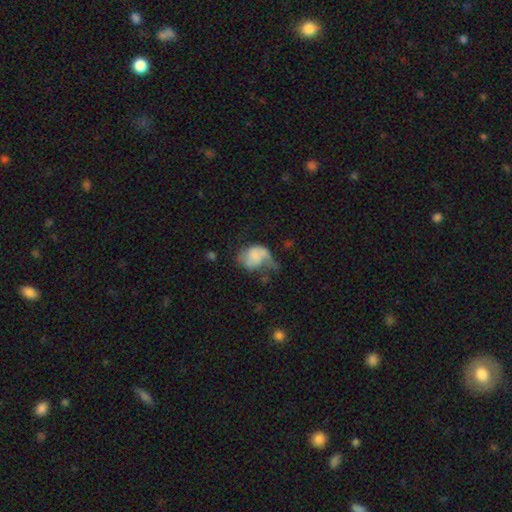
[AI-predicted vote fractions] Overall: smooth (50%; featured or disk 41%). Merging: major disturbance (46%; minor disturbance 25%).